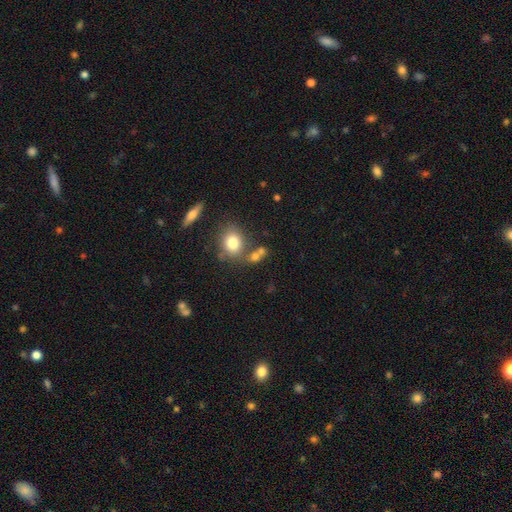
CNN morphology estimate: Smooth or featured? smooth (74%)
How rounded? round (48%, tied with in between)
Merging? none (49%)